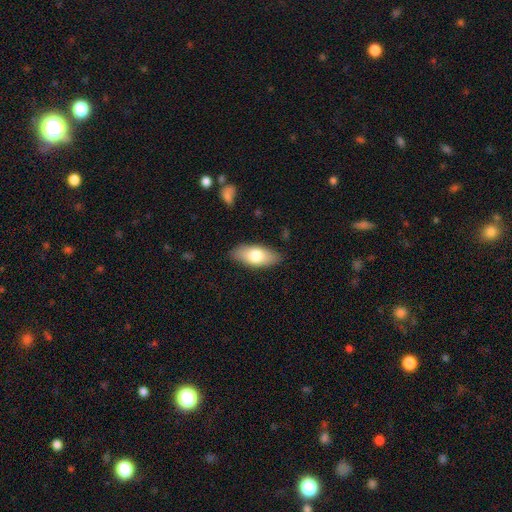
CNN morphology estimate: Smooth or featured? smooth (73%)
How rounded? in between (85%)
Merging? none (85%)